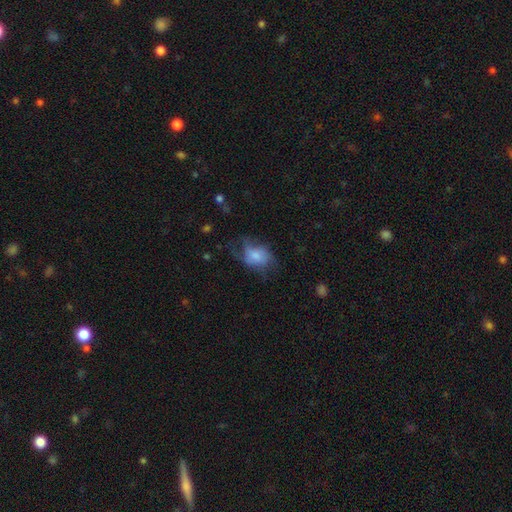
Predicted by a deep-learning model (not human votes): Overall: smooth (60%; featured or disk 30%). How rounded: in between (69%). Merging: major disturbance (35%, tied with none).